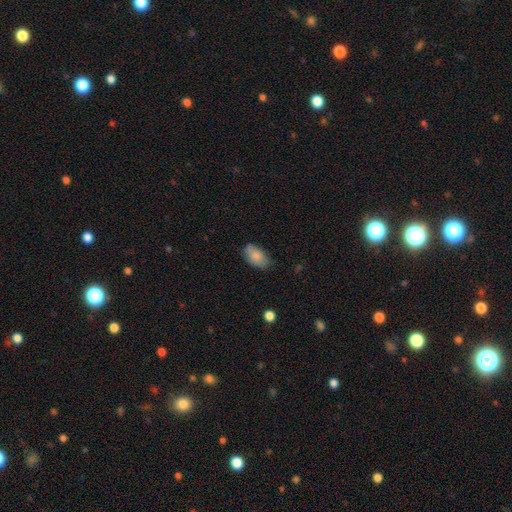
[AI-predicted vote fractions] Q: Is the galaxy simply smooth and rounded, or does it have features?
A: smooth — 84%.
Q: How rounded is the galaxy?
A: in between — 93%.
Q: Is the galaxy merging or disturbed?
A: none — 67%.